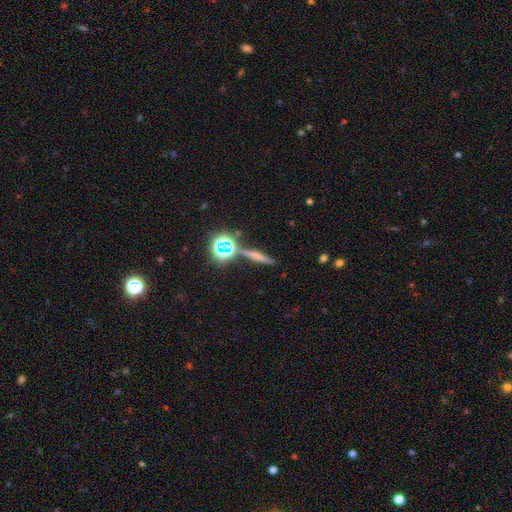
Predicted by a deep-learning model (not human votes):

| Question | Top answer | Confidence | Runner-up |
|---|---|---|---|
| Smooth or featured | smooth | 45% | featured or disk (32%) |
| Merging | none | 80% | minor disturbance (9%) |